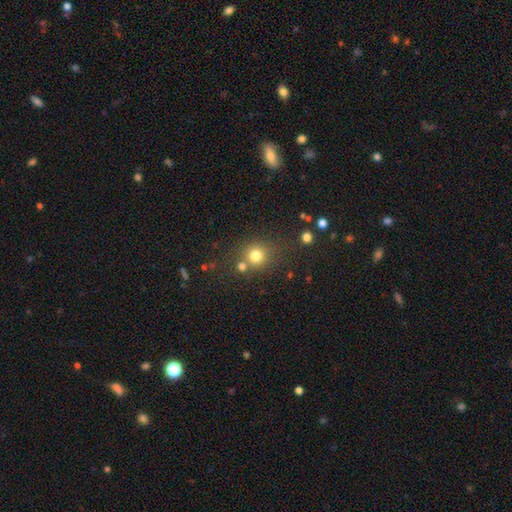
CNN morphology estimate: Smooth or featured: smooth — 76% (star or artifact — 15%)
How rounded: round — 85% (in between — 14%)
Merging: none — 67% (merger — 18%)